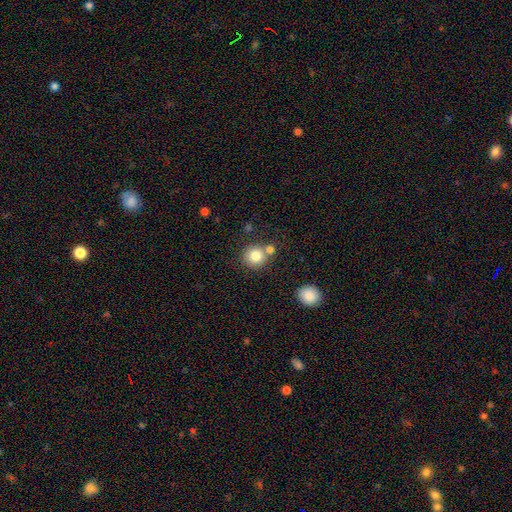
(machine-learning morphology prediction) A smooth galaxy with no disk features (81%) that is round (90%). Merging: none (66%).